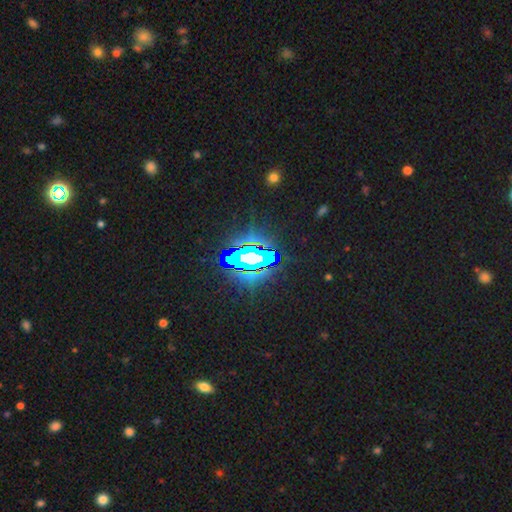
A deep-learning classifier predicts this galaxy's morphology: This is likely a star or artifact rather than a galaxy (71%).